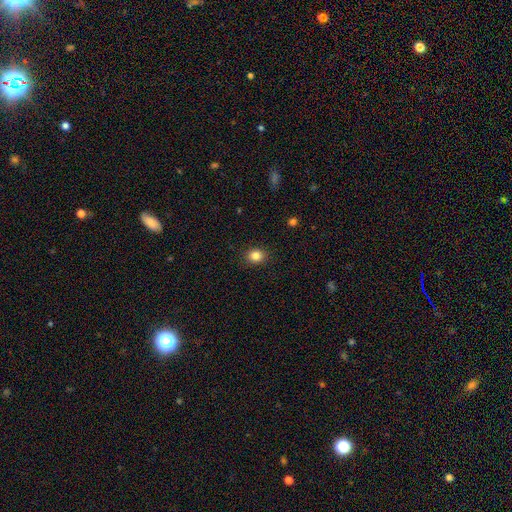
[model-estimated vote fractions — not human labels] This is clearly a smooth galaxy (84%). How rounded: likely round (62%). Merging: clearly none (89%).